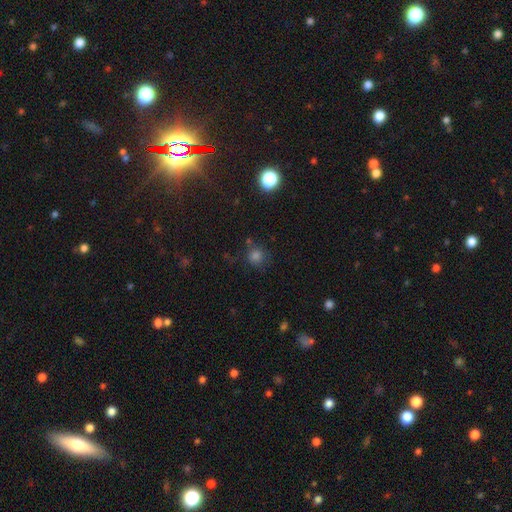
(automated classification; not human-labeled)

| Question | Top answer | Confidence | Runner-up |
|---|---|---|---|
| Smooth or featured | smooth | 75% | star or artifact (19%) |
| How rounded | round | 88% | in between (11%) |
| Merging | none | 74% | minor disturbance (15%) |